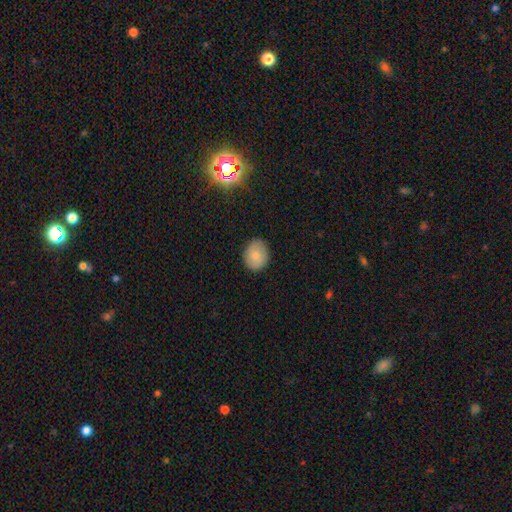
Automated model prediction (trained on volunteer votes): This appears to be a smooth galaxy with no disk features (82%) that is round (56%). Merging: none (86%).